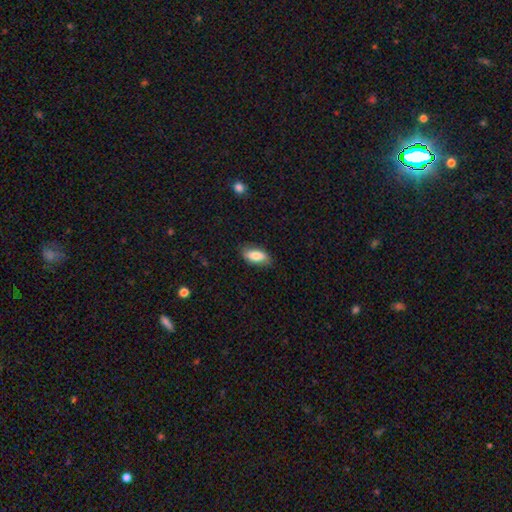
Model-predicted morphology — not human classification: smooth 79%, featured or disk 14%, star or artifact 7%. Down the decision tree: how rounded — in between (87%); merging — none (79%).